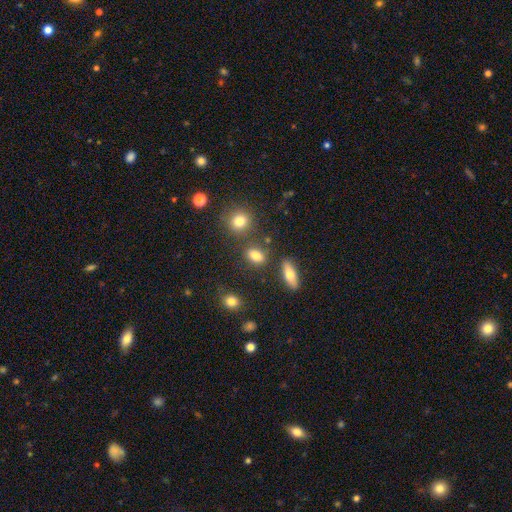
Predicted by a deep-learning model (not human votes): A smooth galaxy with no disk features (80%) that is in between round and cigar-shaped (73%). Merging: none (75%).